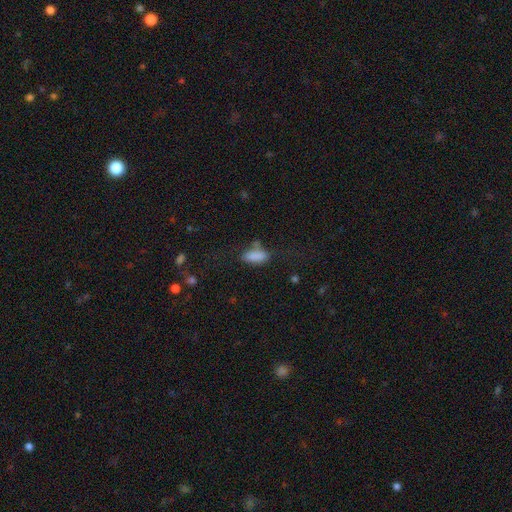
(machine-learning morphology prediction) This is clearly a smooth galaxy (83%). How rounded: likely in between (78%). Merging: possibly none (53%).